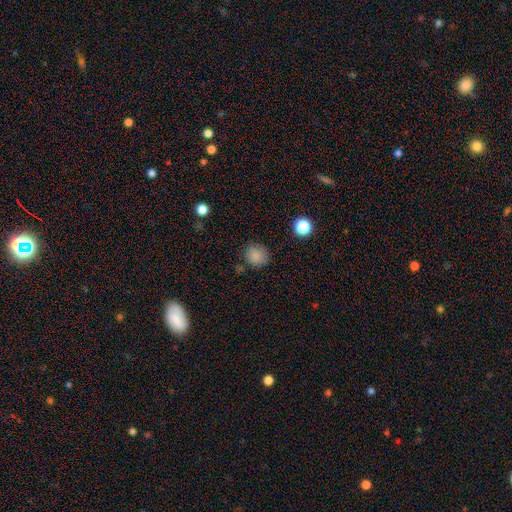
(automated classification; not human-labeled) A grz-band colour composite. It shows a smooth galaxy with no disk features (83%) that is round (85%). Merging: none (78%).